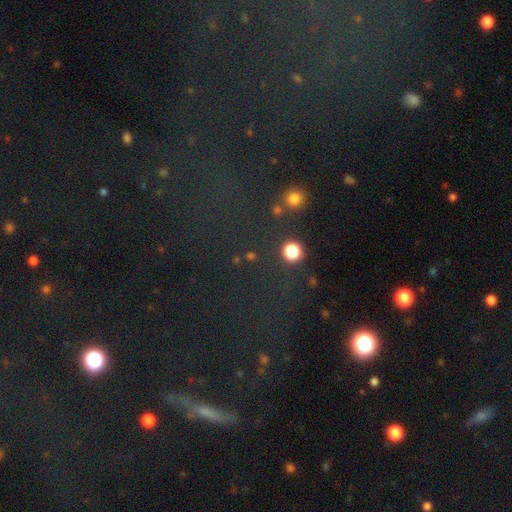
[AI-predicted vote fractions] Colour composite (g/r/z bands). It shows a star or artifact, not a galaxy (61%).